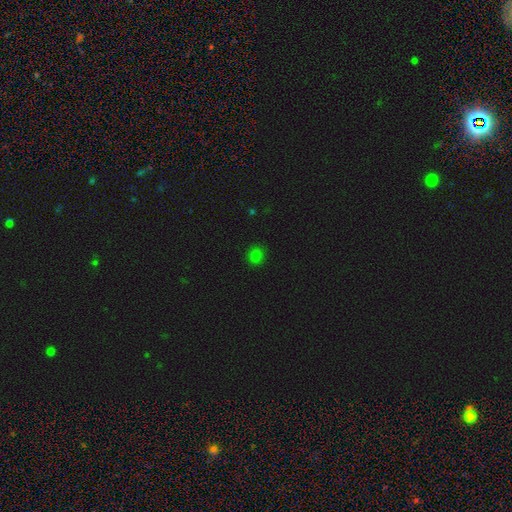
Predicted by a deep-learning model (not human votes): Smooth or featured? Predicted: smooth (p=0.78). How rounded? Predicted: round (p=0.77). Merging? Predicted: none (p=0.89).